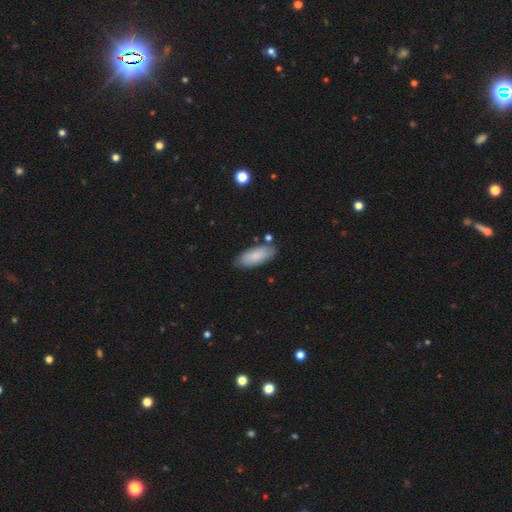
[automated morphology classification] type=smooth (78%); roundness=in between (80%); merging=none (77%).